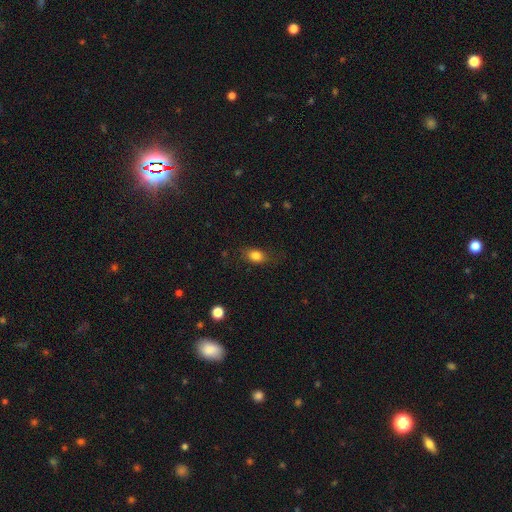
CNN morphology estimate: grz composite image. It shows a smooth galaxy with no disk features (82%) that is in between round and cigar-shaped (72%). Merging: none (75%).